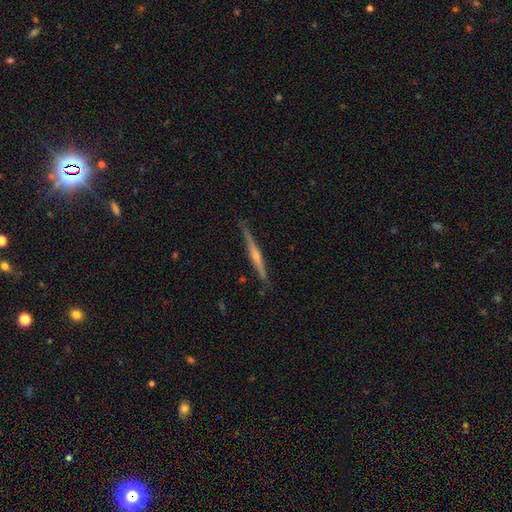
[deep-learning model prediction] featured or disk 77%, smooth 18%, star or artifact 6%. Down the decision tree: edge-on disk — yes (98%); edge-on bulge — rounded (75%); merging — none (89%).